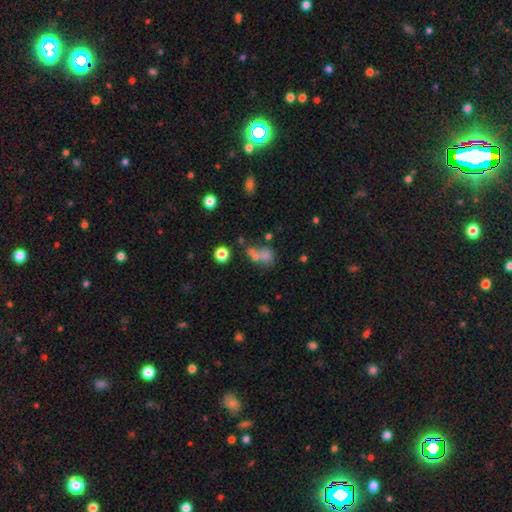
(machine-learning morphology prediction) type=smooth (59%); roundness=round (53%); merging=merger (43%).